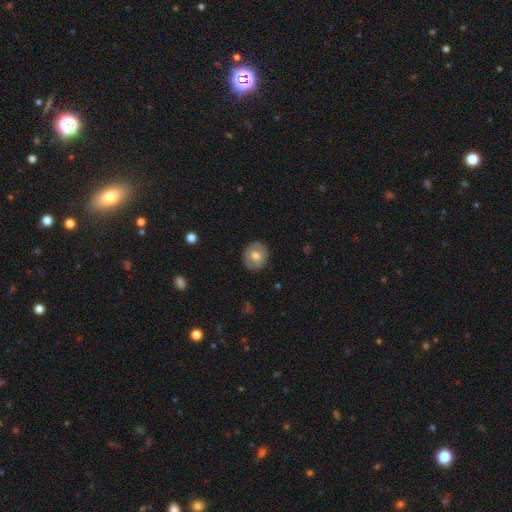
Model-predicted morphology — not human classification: A smooth galaxy with no disk features (65%) that is round (78%).

Vote fractions:
- Smooth or featured? smooth: 65% / featured or disk: 28% / star or artifact: 7%
- How rounded? round: 78% / in between: 21% / cigar-shaped: 1%
- Merging? none: 86% / minor disturbance: 10% / major disturbance: 2% / merger: 1%